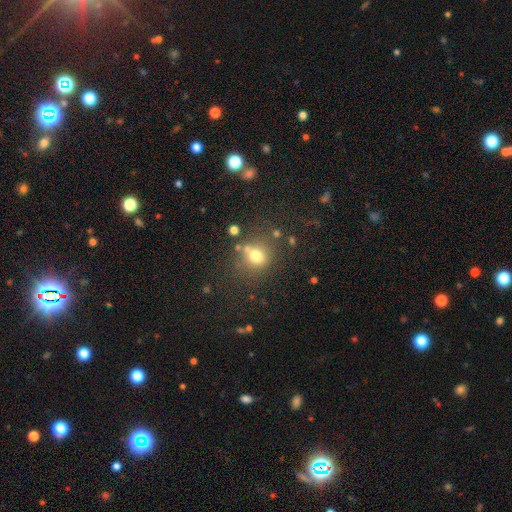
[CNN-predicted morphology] The model was most divided on "merging": none: 65%, minor disturbance: 15%, merger: 13%, major disturbance: 7%. More confident: how rounded — round (75%); smooth or featured — smooth (72%).